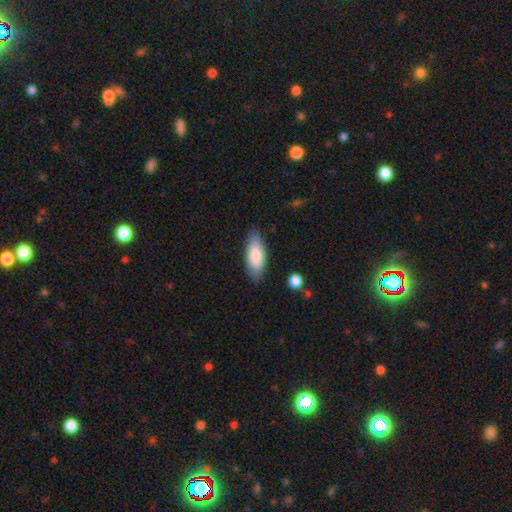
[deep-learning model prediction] Overall: smooth (83%). How rounded: in between (76%). Merging: none (83%).